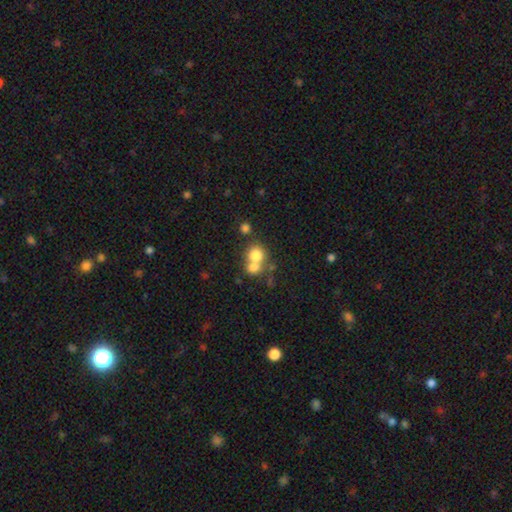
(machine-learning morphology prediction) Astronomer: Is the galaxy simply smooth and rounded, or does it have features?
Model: smooth — 74%.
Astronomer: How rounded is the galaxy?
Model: round — 82%.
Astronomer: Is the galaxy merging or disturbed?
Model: merger — 54% (runner-up: none, 36%).